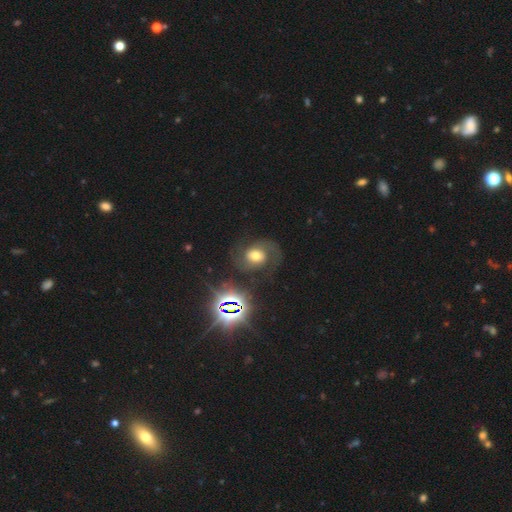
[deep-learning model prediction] A featured or disk galaxy (68%) with no bar (59%), 2 (85%) medium (51%) spiral arms (91%) and a moderate central bulge (60%). Merging: none (68%).